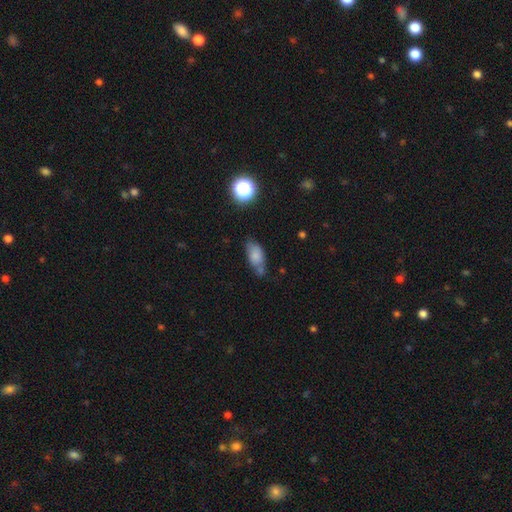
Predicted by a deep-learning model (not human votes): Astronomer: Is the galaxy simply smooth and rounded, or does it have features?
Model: smooth — 76%.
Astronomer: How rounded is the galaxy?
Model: in between — 87%.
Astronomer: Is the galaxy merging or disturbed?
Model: none — 50% (runner-up: minor disturbance, 29%).